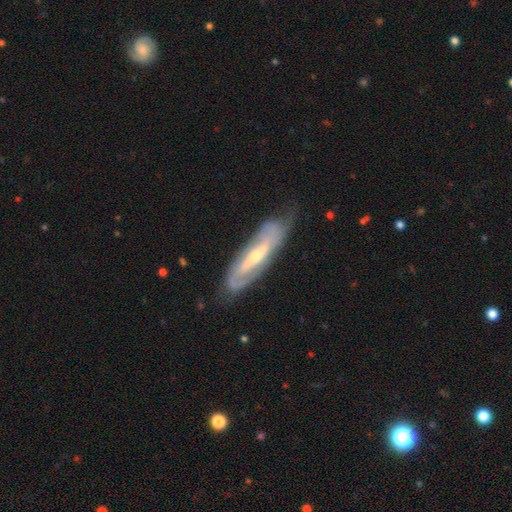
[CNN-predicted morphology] This is likely a featured or disk galaxy (78%). It is likely not viewed edge-on (77%). Bar: marginally strong (34%, tied with weak). Spiral arm pattern: clearly yes (86%). Spiral arm count: likely 2 (65%). Spiral winding: marginally tight (41%). Central bulge: possibly small (56%). Merging: likely none (66%).